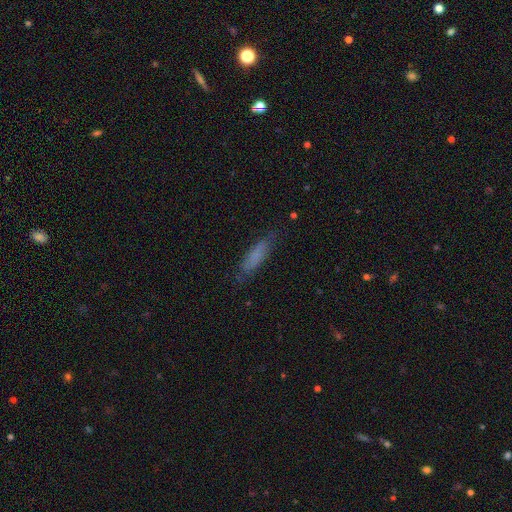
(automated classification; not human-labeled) Smooth or featured: smooth — 72% (featured or disk — 19%)
How rounded: cigar-shaped — 65% (in between — 33%)
Merging: none — 75% (minor disturbance — 18%)